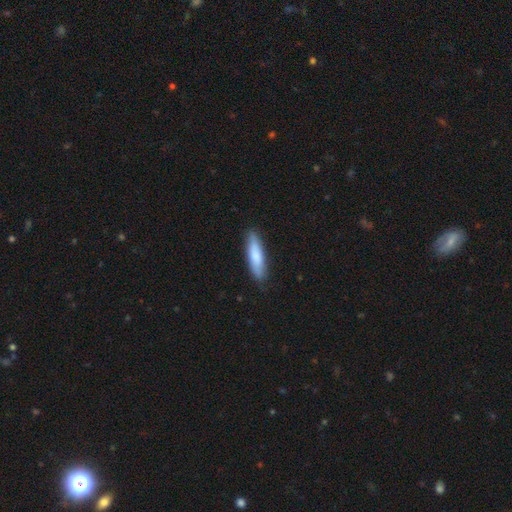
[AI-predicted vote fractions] This appears to be a smooth galaxy with no disk features (77%) that is cigar-shaped (74%). Merging: none (86%).